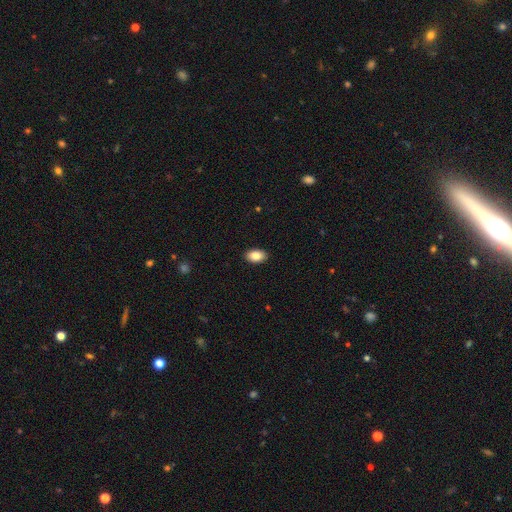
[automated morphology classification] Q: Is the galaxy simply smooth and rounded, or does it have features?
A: smooth — 86%.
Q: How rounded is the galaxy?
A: in between — 91%.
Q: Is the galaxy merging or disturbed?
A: none — 90%.